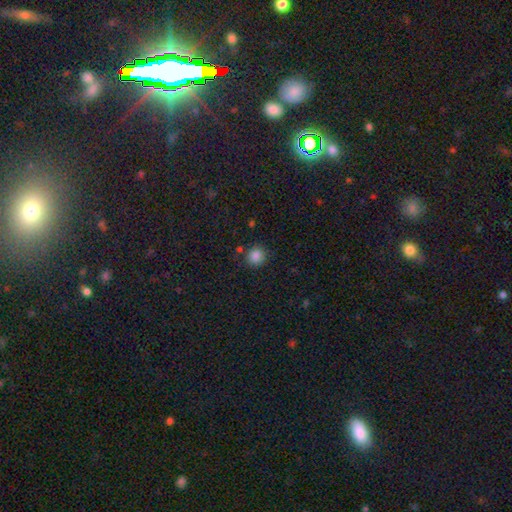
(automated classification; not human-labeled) This appears to be a smooth galaxy with no disk features (85%) that is round (90%). Merging: none (84%).